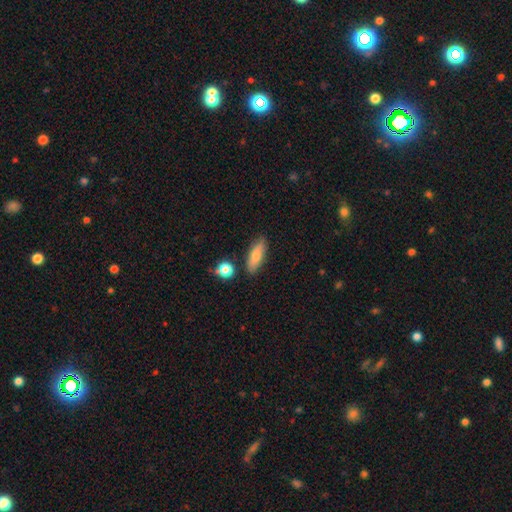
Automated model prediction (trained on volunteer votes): Smooth or featured: smooth — 78% (featured or disk — 14%)
How rounded: in between — 60% (cigar-shaped — 37%)
Merging: none — 80% (minor disturbance — 13%)